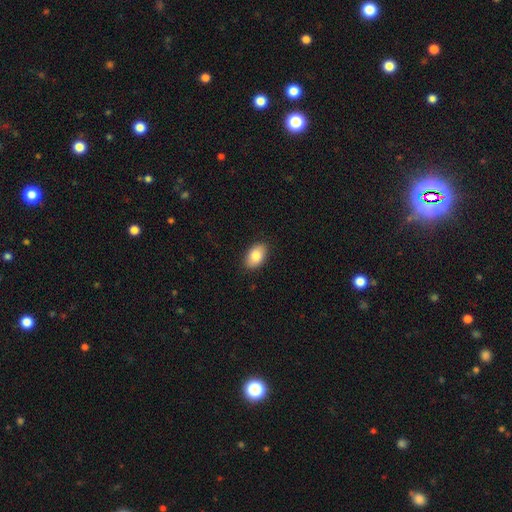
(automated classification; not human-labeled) The model was most divided on "smooth or featured": smooth: 84%, featured or disk: 9%, star or artifact: 7%. More confident: how rounded — in between (91%); merging — none (88%).